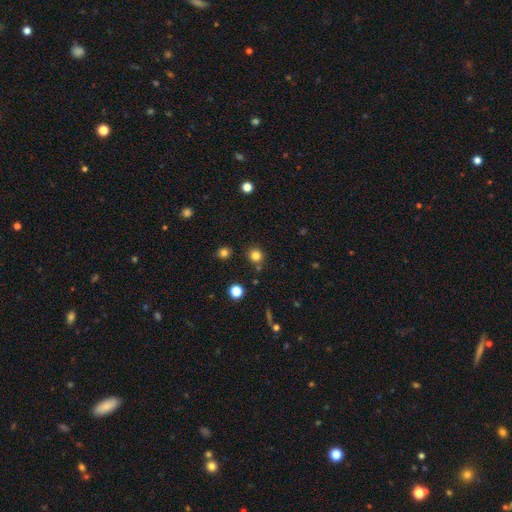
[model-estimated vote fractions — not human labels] smooth 81%, star or artifact 14%, featured or disk 5%. Down the decision tree: how rounded — round (89%); merging — none (81%).